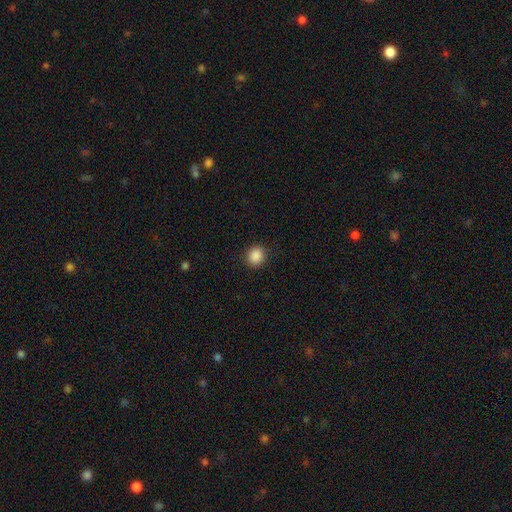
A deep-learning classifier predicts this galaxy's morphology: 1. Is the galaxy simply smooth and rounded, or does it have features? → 88% smooth, 9% star or artifact, 3% featured or disk.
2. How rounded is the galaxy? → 83% round, 16% in between, 1% cigar-shaped.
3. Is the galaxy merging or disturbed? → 90% none, 7% minor disturbance, 2% major disturbance, 1% merger.